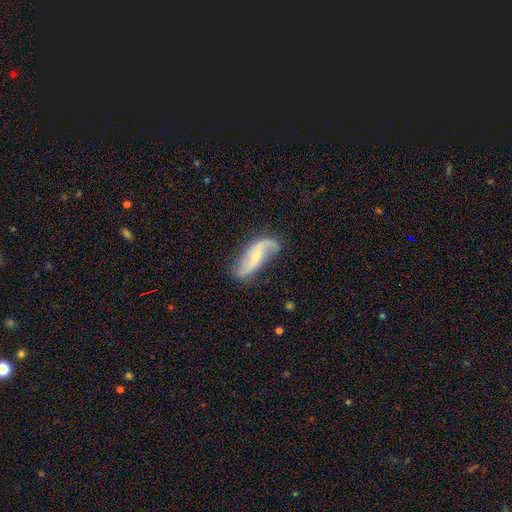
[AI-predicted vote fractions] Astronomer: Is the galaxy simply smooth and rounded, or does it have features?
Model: featured or disk — 77%.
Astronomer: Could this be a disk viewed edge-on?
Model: no — 92%.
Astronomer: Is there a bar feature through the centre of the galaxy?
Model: no — 38% (runner-up: weak, 35%).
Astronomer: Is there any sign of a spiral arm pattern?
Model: yes — 93%.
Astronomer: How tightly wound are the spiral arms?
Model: loose — 82%.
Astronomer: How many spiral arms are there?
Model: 2 — 89%.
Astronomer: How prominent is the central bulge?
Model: small — 65%.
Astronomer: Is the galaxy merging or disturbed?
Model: none — 70%.